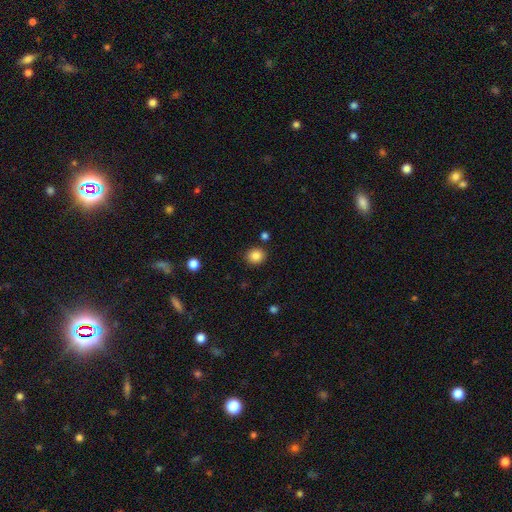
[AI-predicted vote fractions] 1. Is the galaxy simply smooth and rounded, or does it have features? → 85% smooth, 10% star or artifact, 5% featured or disk.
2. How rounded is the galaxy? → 78% round, 21% in between, 1% cigar-shaped.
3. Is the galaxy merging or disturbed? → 87% none, 8% minor disturbance, 3% merger, 2% major disturbance.